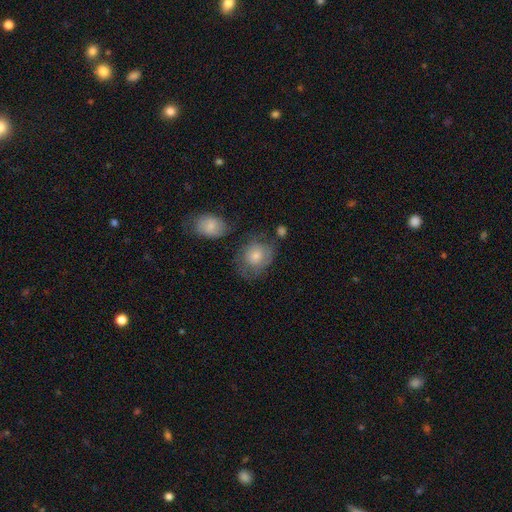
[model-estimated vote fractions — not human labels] Smooth or featured?
  - smooth: 63% *
  - featured or disk: 28%
  - star or artifact: 9%
How rounded?
  - round: 59% *
  - in between: 40%
  - cigar-shaped: 1%
Merging?
  - none: 56% *
  - minor disturbance: 24%
  - major disturbance: 12%
  - merger: 7%